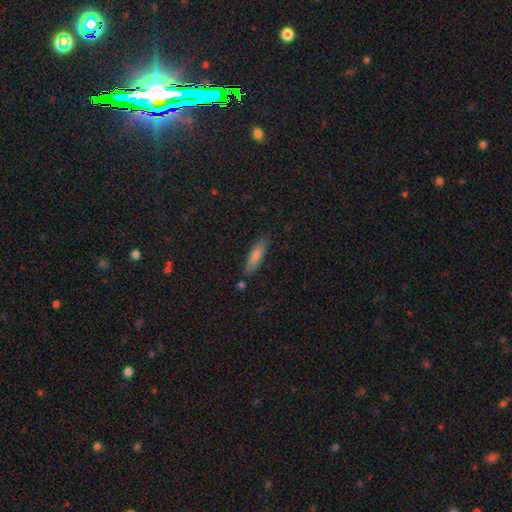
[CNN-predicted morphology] A smooth galaxy with no disk features (79%) that is cigar-shaped (60%).

Vote fractions:
- Smooth or featured? smooth: 79% / featured or disk: 14% / star or artifact: 7%
- How rounded? cigar-shaped: 60% / in between: 38% / round: 2%
- Merging? none: 80% / minor disturbance: 14% / merger: 3% / major disturbance: 3%